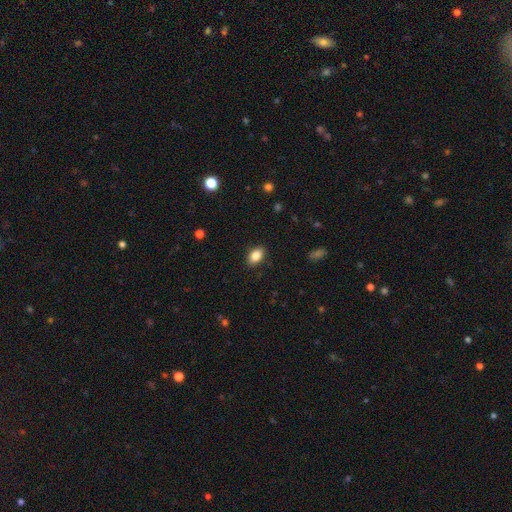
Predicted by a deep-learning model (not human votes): A smooth galaxy with no disk features (86%) that is in between round and cigar-shaped (86%).

Vote fractions:
- Smooth or featured? smooth: 86% / star or artifact: 8% / featured or disk: 6%
- How rounded? in between: 86% / round: 13% / cigar-shaped: 1%
- Merging? none: 88% / minor disturbance: 9% / major disturbance: 2% / merger: 1%